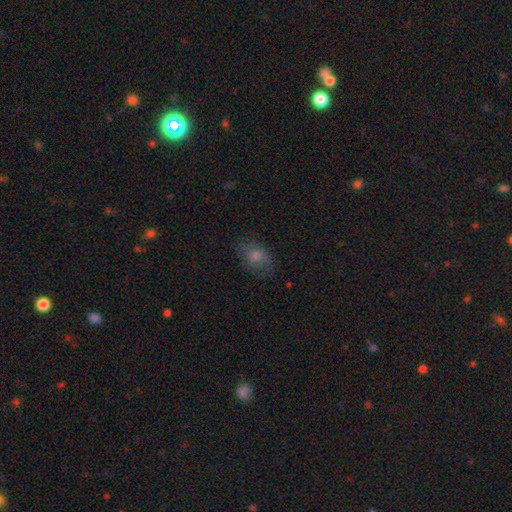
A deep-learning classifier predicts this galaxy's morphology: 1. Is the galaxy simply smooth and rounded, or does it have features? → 62% smooth, 20% featured or disk, 17% star or artifact.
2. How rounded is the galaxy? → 69% in between, 30% round, 2% cigar-shaped.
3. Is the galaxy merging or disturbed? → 74% none, 18% minor disturbance, 7% major disturbance, 1% merger.